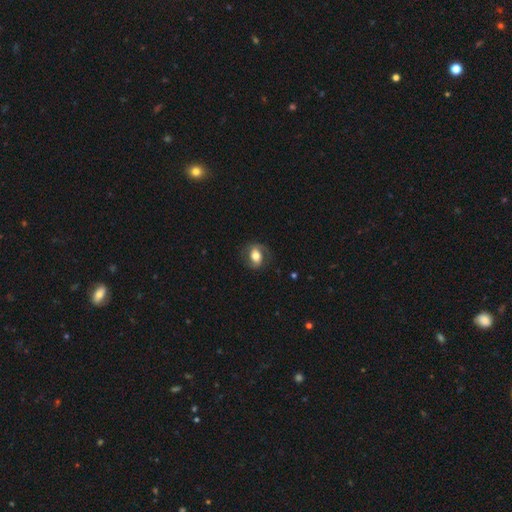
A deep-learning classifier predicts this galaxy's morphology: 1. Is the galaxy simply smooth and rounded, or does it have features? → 50% featured or disk, 43% smooth, 7% star or artifact.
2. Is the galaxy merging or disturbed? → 71% none, 17% minor disturbance, 10% major disturbance, 1% merger.